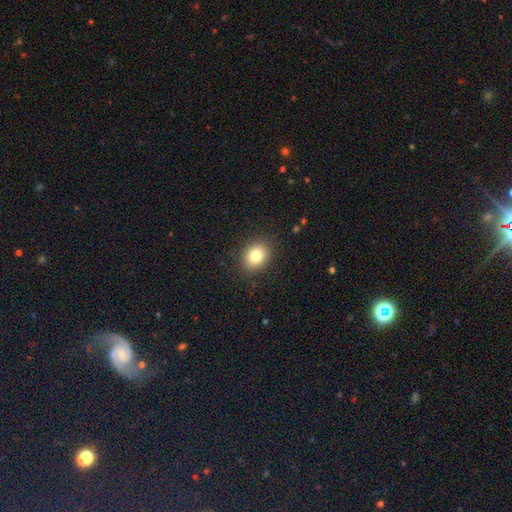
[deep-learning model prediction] Smooth or featured? smooth (81%)
How rounded? round (53%)
Merging? none (88%)